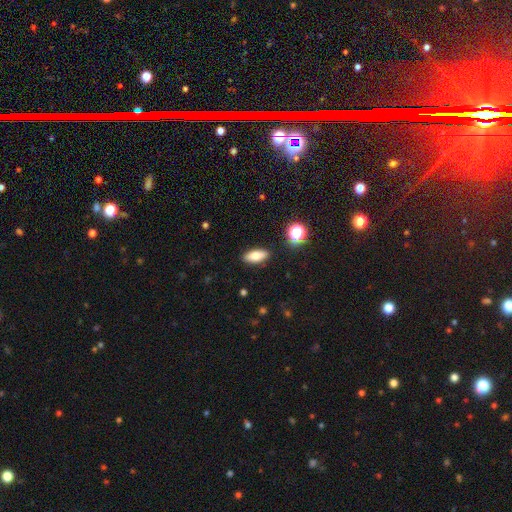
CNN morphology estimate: type=smooth (75%); roundness=in between (80%); merging=none (87%).